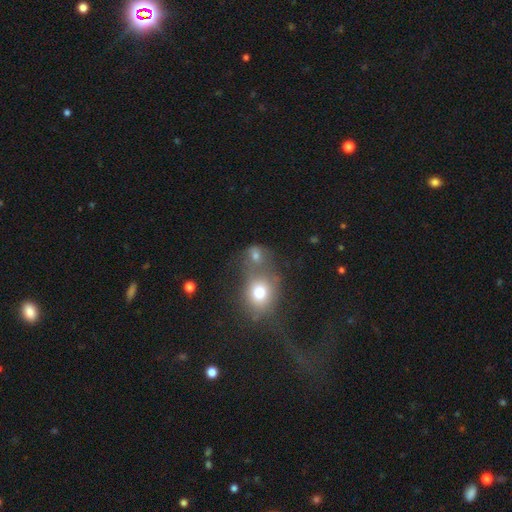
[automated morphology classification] smooth_or_featured: smooth (p=0.65) [alt: star or artifact p=0.19]
how_rounded: round (p=0.61) [alt: in between p=0.38]
merging: merger (p=0.46) [alt: none p=0.34]